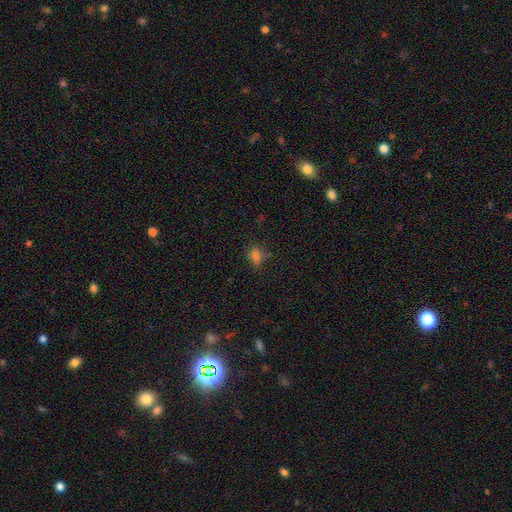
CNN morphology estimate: Smooth or featured?
  - smooth: 70% *
  - star or artifact: 22%
  - featured or disk: 8%
How rounded?
  - in between: 51% *
  - round: 46%
  - cigar-shaped: 3%
Merging?
  - none: 65% *
  - minor disturbance: 23%
  - major disturbance: 9%
  - merger: 4%